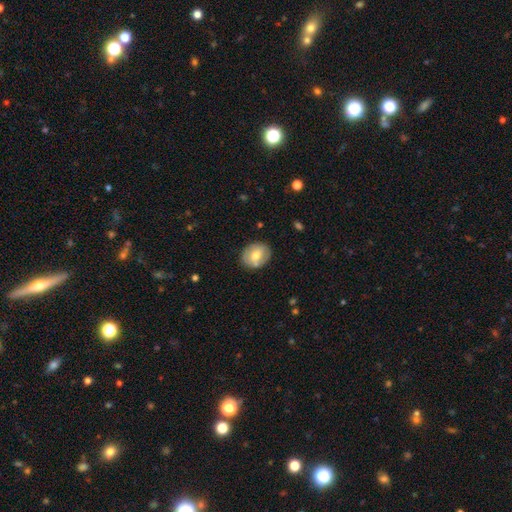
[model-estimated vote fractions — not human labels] Smooth or featured: smooth — 65% (featured or disk — 28%)
How rounded: round — 61% (in between — 38%)
Merging: none — 81% (minor disturbance — 12%)